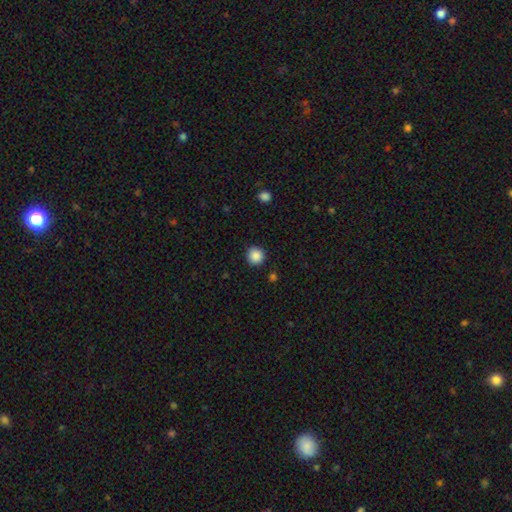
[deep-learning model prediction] Smooth or featured? smooth (88%)
How rounded? round (94%)
Merging? none (90%)